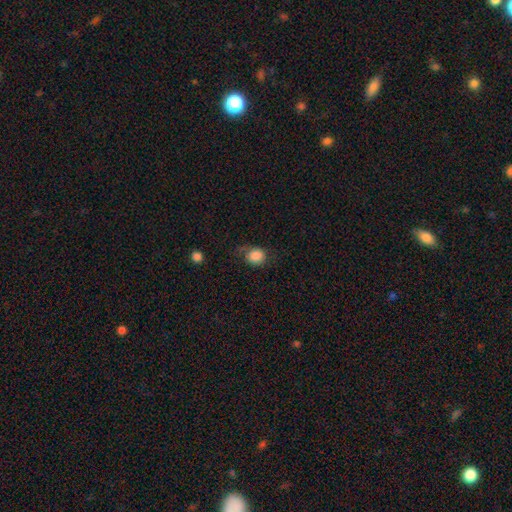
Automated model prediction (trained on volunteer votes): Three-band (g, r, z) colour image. It shows a smooth galaxy with no disk features (84%) that is round (68%). Merging: none (59%).